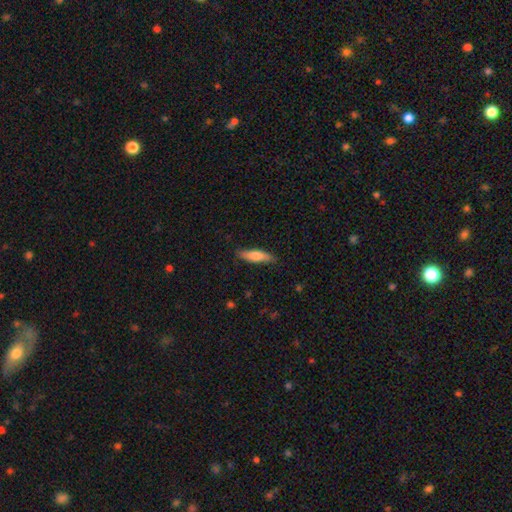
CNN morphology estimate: A smooth galaxy with no disk features (70%) that is cigar-shaped (67%).

Vote fractions:
- Smooth or featured? smooth: 70% / featured or disk: 24% / star or artifact: 5%
- How rounded? cigar-shaped: 67% / in between: 31% / round: 2%
- Merging? none: 84% / minor disturbance: 12% / major disturbance: 2% / merger: 1%